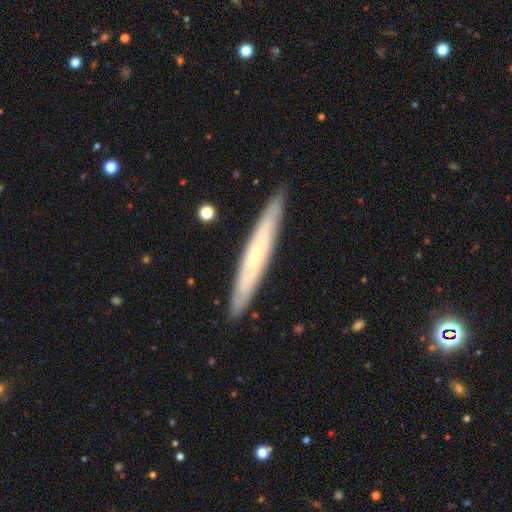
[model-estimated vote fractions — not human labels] Morphology: type=smooth (49%); merging=none (90%).